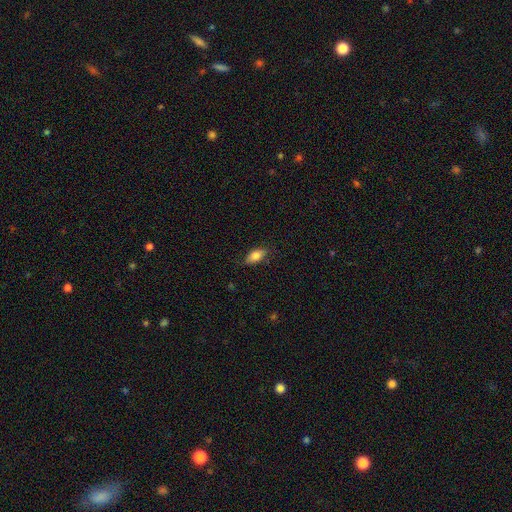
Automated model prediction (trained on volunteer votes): smooth-or-featured: smooth: 80% | featured or disk: 13% | star or artifact: 7%
  how-rounded: in between: 86% | cigar-shaped: 10% | round: 4%
  merging: none: 81% | minor disturbance: 15% | major disturbance: 3% | merger: 1%